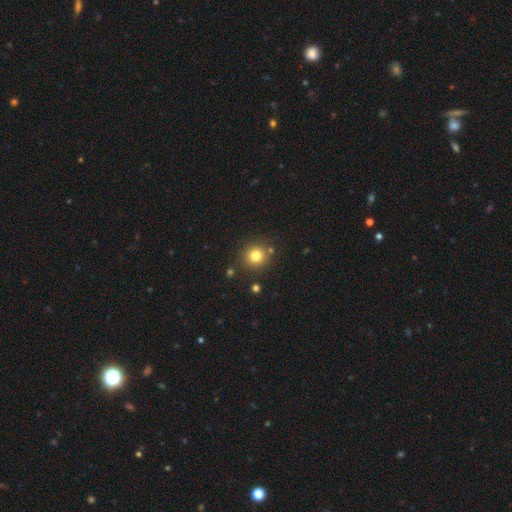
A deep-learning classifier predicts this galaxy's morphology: A smooth galaxy with no disk features (80%) that is round (92%).

Vote fractions:
- Smooth or featured? smooth: 80% / star or artifact: 13% / featured or disk: 7%
- How rounded? round: 92% / in between: 7% / cigar-shaped: 1%
- Merging? none: 84% / minor disturbance: 8% / merger: 6% / major disturbance: 3%